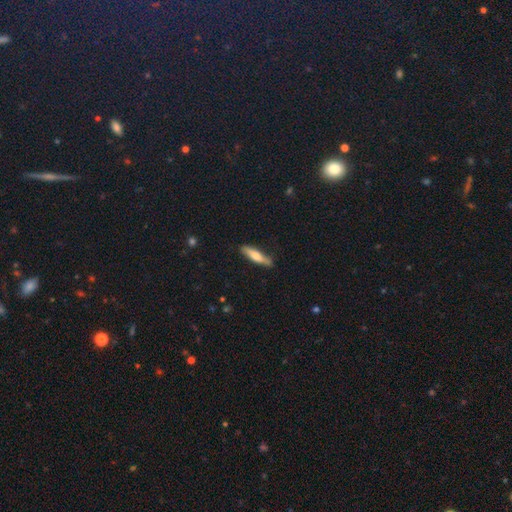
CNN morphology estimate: Smooth or featured?
  - smooth: 61% *
  - featured or disk: 34%
  - star or artifact: 6%
How rounded?
  - cigar-shaped: 77% *
  - in between: 21%
  - round: 2%
Merging?
  - none: 81% *
  - minor disturbance: 15%
  - major disturbance: 2%
  - merger: 2%